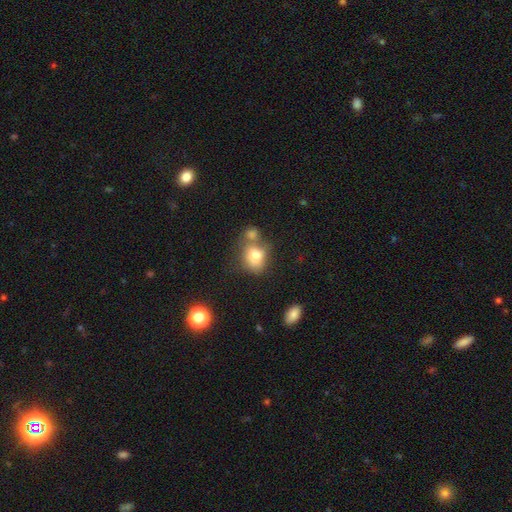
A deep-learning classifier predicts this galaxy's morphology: smooth_or_featured: smooth (p=0.75) [alt: featured or disk p=0.15]
how_rounded: in between (p=0.53) [alt: round p=0.46]
merging: none (p=0.40) [alt: merger p=0.36]